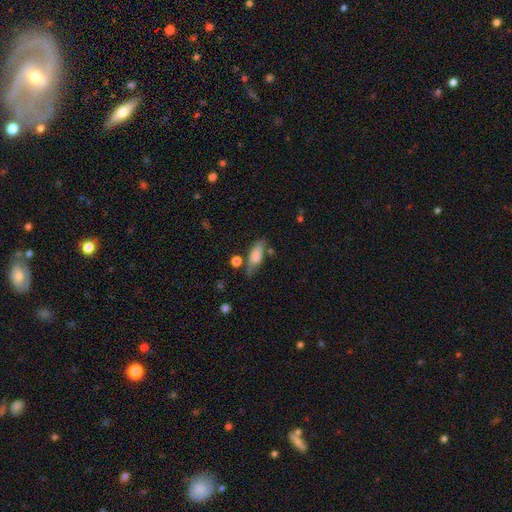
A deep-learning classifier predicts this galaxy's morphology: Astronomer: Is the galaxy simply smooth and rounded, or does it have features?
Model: smooth — 71%.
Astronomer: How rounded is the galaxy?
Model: in between — 68%.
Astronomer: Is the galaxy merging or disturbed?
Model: none — 55%.